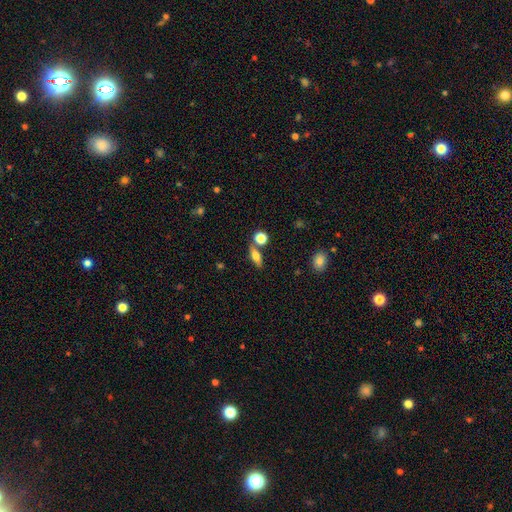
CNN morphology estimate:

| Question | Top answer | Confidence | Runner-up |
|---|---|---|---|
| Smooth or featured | smooth | 55% | featured or disk (36%) |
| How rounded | in between | 54% | cigar-shaped (36%) |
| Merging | none | 71% | merger (15%) |